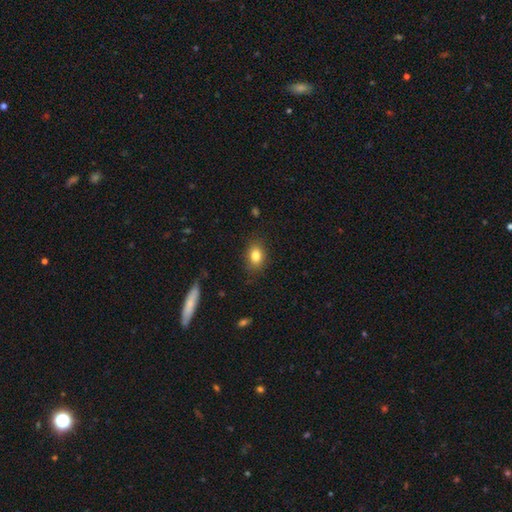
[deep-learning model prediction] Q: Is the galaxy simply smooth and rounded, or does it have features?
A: smooth — 82%.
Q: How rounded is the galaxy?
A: in between — 71%.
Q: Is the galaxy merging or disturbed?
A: none — 84%.